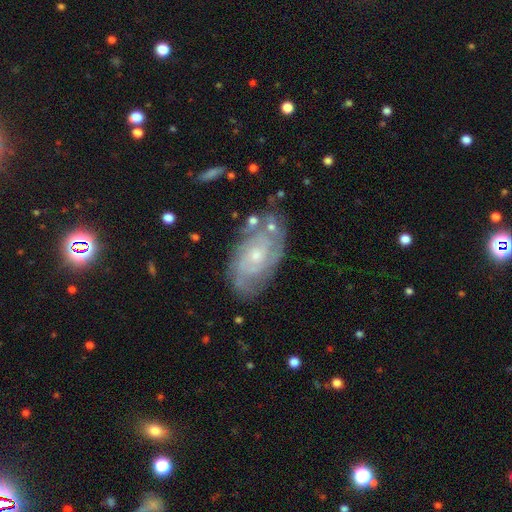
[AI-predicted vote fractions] Smooth or featured? featured or disk (80%)
Edge-on disk? no (95%)
Bar? no (72%)
Spiral arms? yes (90%)
Spiral winding? tight (62%)
Spiral arm count? can't tell (40%)
Bulge size? small (63%)
Merging? none (69%)